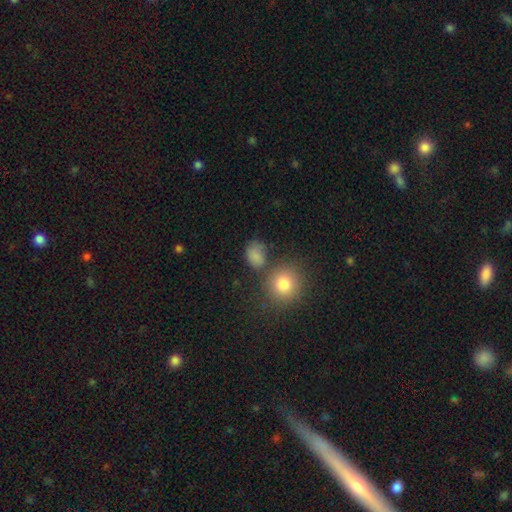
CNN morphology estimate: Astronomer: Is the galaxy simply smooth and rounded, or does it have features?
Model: smooth — 79%.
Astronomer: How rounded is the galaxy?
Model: in between — 54% (runner-up: round, 44%).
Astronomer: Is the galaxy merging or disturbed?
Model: none — 57%.